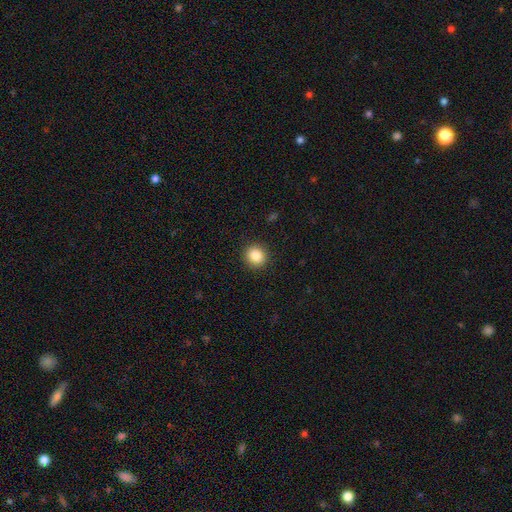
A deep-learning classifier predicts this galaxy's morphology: type=smooth (86%); roundness=round (91%); merging=none (92%).